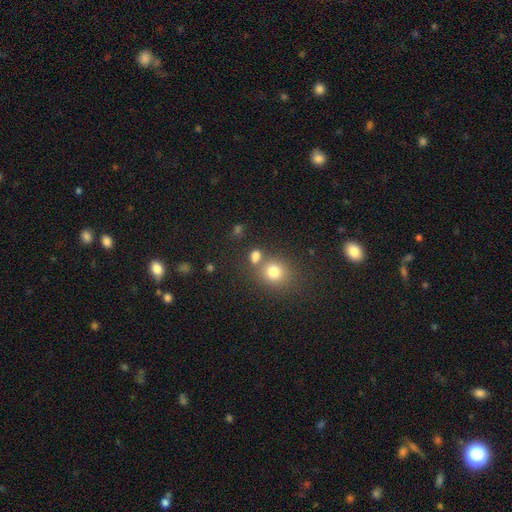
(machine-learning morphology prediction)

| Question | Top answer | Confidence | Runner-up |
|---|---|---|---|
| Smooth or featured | smooth | 76% | star or artifact (15%) |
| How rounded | round | 59% | in between (40%) |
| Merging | none | 56% | merger (29%) |